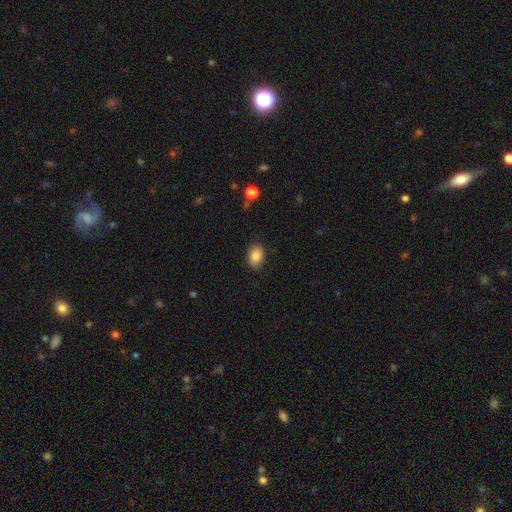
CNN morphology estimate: A smooth galaxy with no disk features (86%) that is in between round and cigar-shaped (80%). Merging: none (81%).